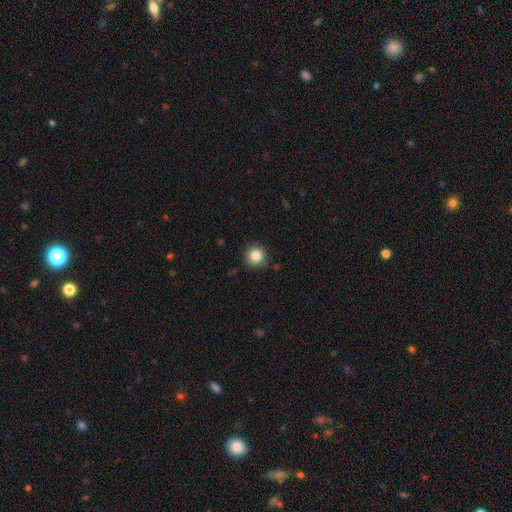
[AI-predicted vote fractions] smooth-or-featured: smooth: 84% | star or artifact: 10% | featured or disk: 5%
  how-rounded: round: 95% | in between: 4% | cigar-shaped: 1%
  merging: none: 90% | minor disturbance: 7% | major disturbance: 2% | merger: 1%